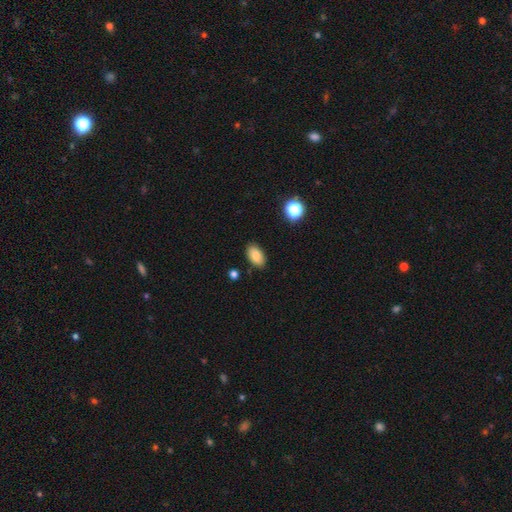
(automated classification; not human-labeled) Morphology: type=smooth (84%); roundness=in between (92%); merging=none (87%).